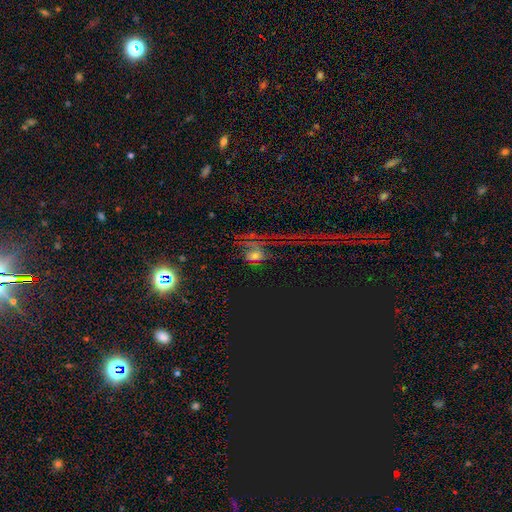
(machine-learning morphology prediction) Smooth or featured: star or artifact — 53% (smooth — 26%)